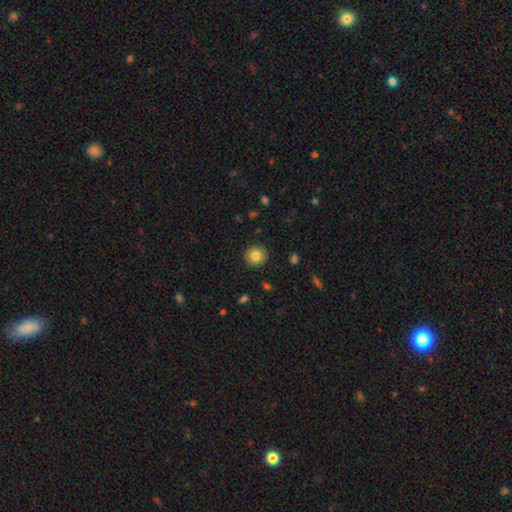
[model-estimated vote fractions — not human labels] smooth-or-featured: smooth: 83% | star or artifact: 9% | featured or disk: 8%
  how-rounded: round: 93% | in between: 6% | cigar-shaped: 1%
  merging: none: 90% | minor disturbance: 7% | major disturbance: 2% | merger: 1%